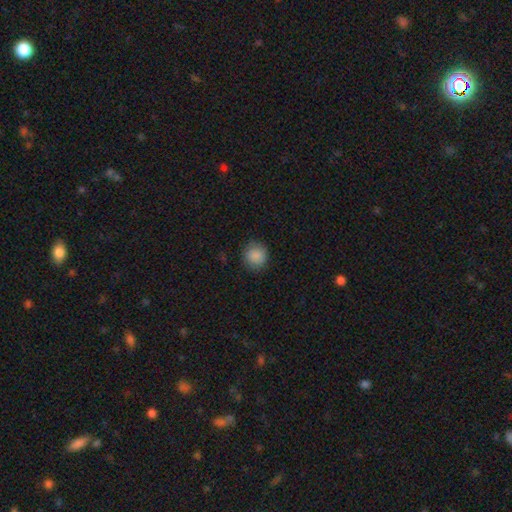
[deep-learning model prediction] Smooth or featured? smooth (87%)
How rounded? round (89%)
Merging? none (85%)